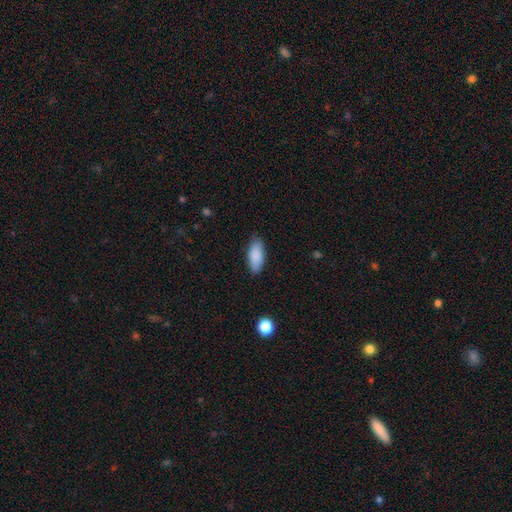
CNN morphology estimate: This appears to be a smooth galaxy with no disk features (88%) that is in between round and cigar-shaped (83%). Merging: none (84%).